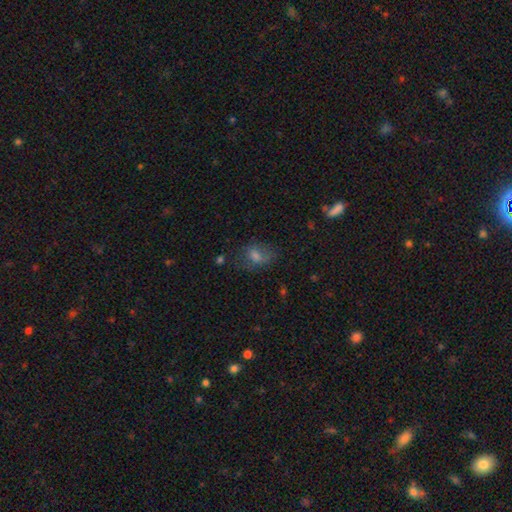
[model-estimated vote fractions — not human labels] Overall: smooth (63%). How rounded: in between (72%). Merging: none (56%; minor disturbance 25%).